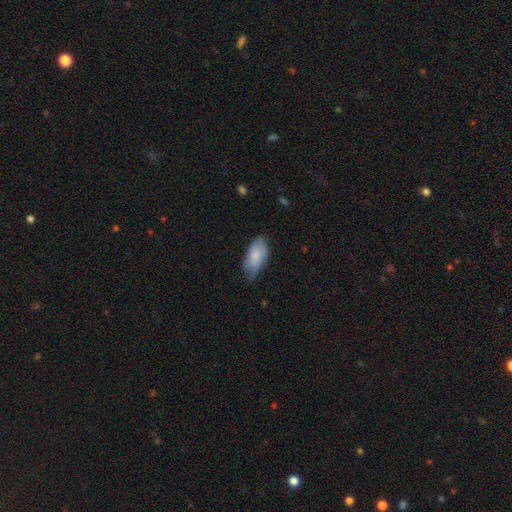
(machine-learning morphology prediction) smooth 80%, featured or disk 14%, star or artifact 6%. Down the decision tree: how rounded — in between (93%); merging — none (63%).